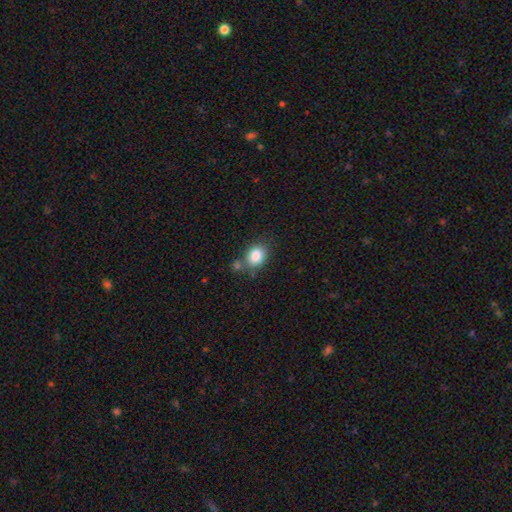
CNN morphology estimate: smooth_or_featured: smooth (p=0.85) [alt: star or artifact p=0.09]
how_rounded: in between (p=0.50) [alt: round p=0.49]
merging: none (p=0.62) [alt: merger p=0.17]